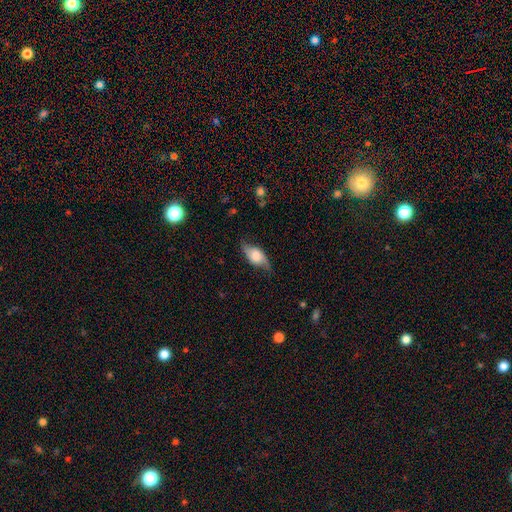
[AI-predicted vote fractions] A featured or disk galaxy (47%).

Vote fractions:
- Smooth or featured? featured or disk: 47% / smooth: 45% / star or artifact: 8%
- Merging? none: 68% / minor disturbance: 23% / major disturbance: 7% / merger: 1%